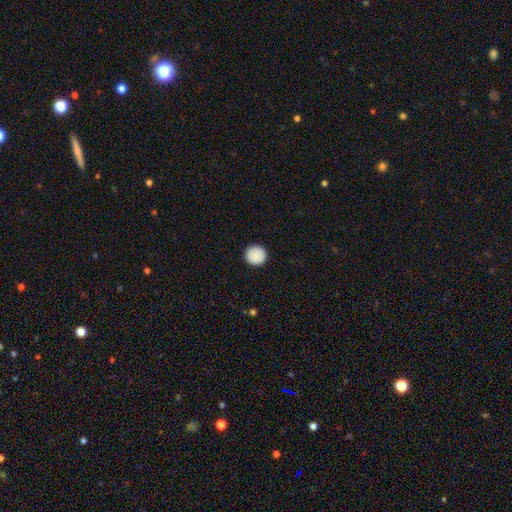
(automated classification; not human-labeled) Morphology: type=smooth (89%); roundness=round (96%); merging=none (93%).